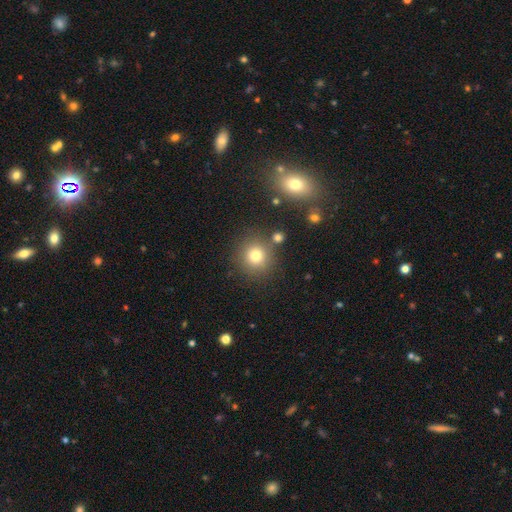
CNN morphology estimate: The model was most divided on "smooth or featured": smooth: 76%, star or artifact: 15%, featured or disk: 9%. More confident: how rounded — round (91%); merging — none (79%).